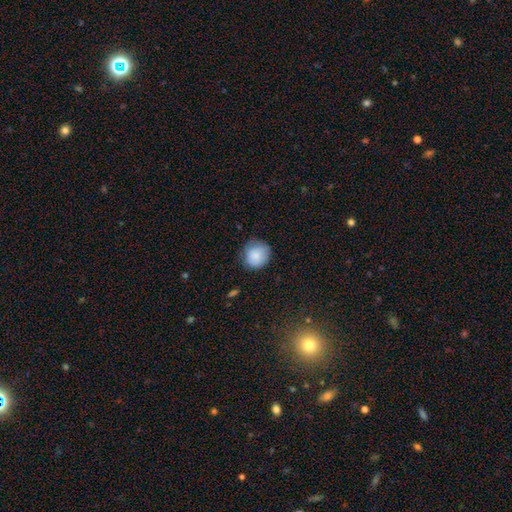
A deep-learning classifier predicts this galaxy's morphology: This appears to be a smooth galaxy with no disk features (85%) that is round (87%). Merging: none (72%).